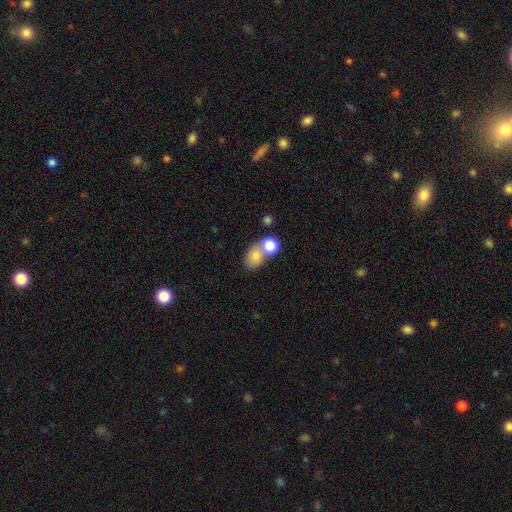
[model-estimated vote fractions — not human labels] smooth-or-featured: smooth: 79% | featured or disk: 12% | star or artifact: 10%
  how-rounded: in between: 57% | round: 41% | cigar-shaped: 2%
  merging: merger: 51% | none: 34% | minor disturbance: 10% | major disturbance: 5%